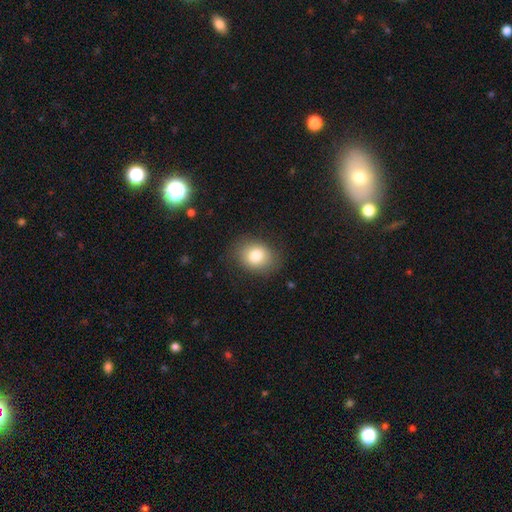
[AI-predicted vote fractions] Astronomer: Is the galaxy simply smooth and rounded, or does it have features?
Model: smooth — 80%.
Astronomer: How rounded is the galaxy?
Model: round — 50% (runner-up: in between, 49%).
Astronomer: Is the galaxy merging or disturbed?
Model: none — 81%.